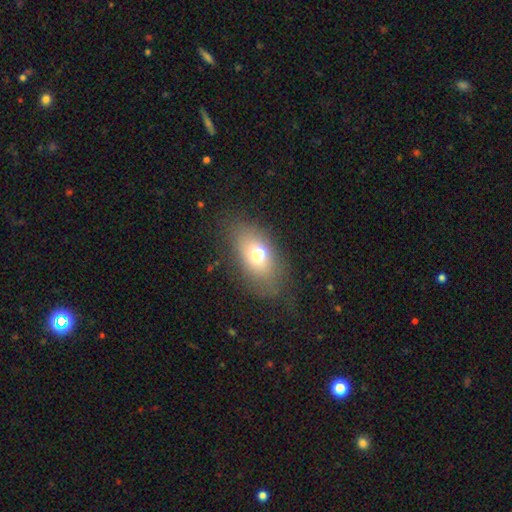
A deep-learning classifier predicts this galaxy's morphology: The model was most divided on "merging": none: 59%, minor disturbance: 19%, merger: 12%, major disturbance: 10%. More confident: how rounded — in between (85%); smooth or featured — smooth (65%).